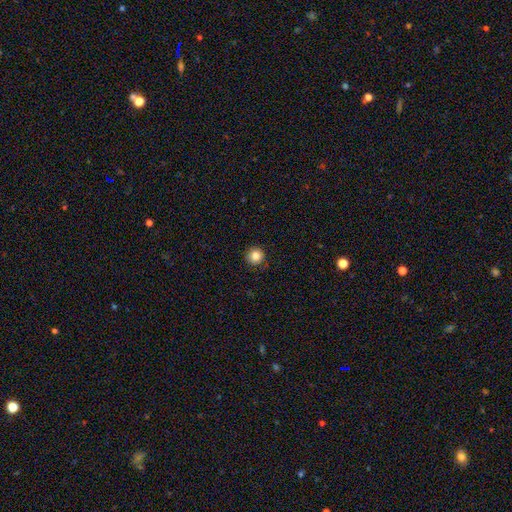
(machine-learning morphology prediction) Smooth or featured? Predicted: smooth (p=0.84). How rounded? Predicted: round (p=0.95). Merging? Predicted: none (p=0.88).